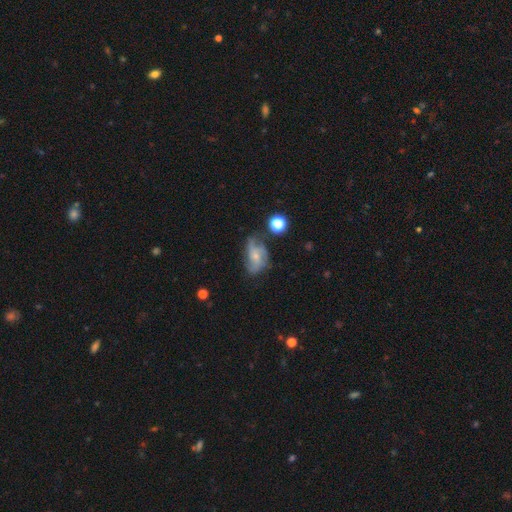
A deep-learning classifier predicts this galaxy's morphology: type=featured or disk (65%); edge-on=no (97%); bar=no (71%); spiral arms=yes (84%); winding=medium (42%); arm count=3 (37%); bulge=small (65%); merging=none (46%).